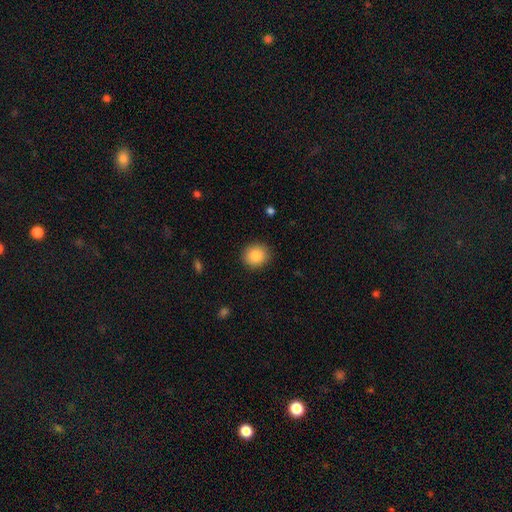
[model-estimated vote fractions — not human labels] Smooth or featured: smooth — 88% (star or artifact — 8%)
How rounded: round — 83% (in between — 16%)
Merging: none — 90% (minor disturbance — 7%)